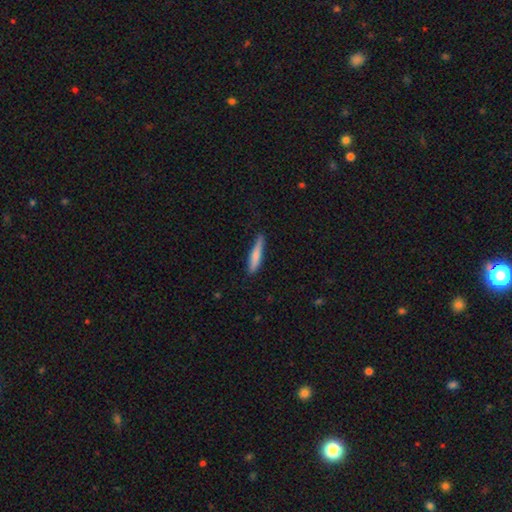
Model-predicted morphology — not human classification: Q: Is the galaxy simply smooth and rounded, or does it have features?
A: smooth — 76%.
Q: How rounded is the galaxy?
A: cigar-shaped — 88%.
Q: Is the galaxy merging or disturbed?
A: none — 76%.